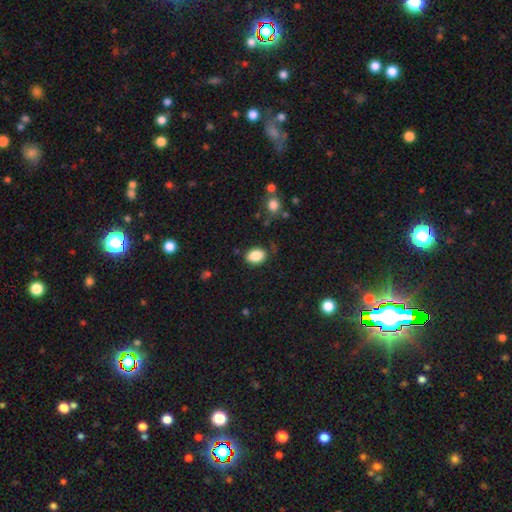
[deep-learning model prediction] A smooth galaxy with no disk features (87%) that is in between round and cigar-shaped (80%).

Vote fractions:
- Smooth or featured? smooth: 87% / star or artifact: 8% / featured or disk: 5%
- How rounded? in between: 80% / round: 19% / cigar-shaped: 1%
- Merging? none: 80% / minor disturbance: 14% / major disturbance: 4% / merger: 2%